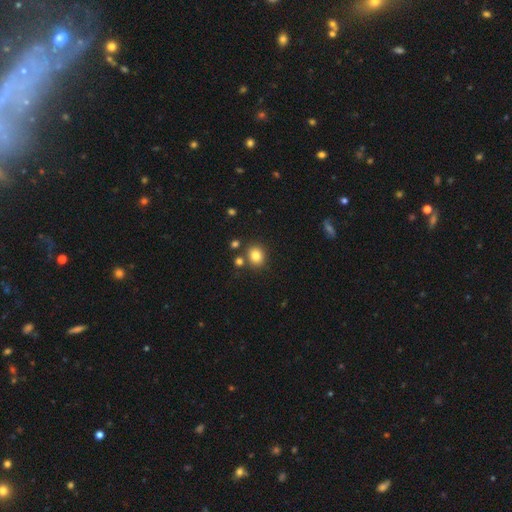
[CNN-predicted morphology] type=smooth (82%); roundness=round (67%); merging=none (78%).